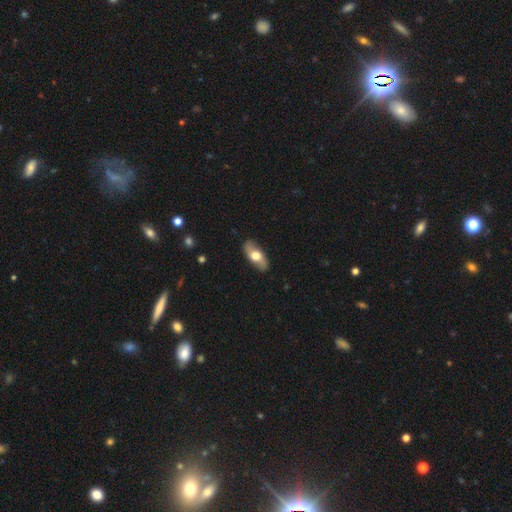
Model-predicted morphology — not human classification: This is possibly a smooth galaxy (48%). Merging: clearly none (86%).